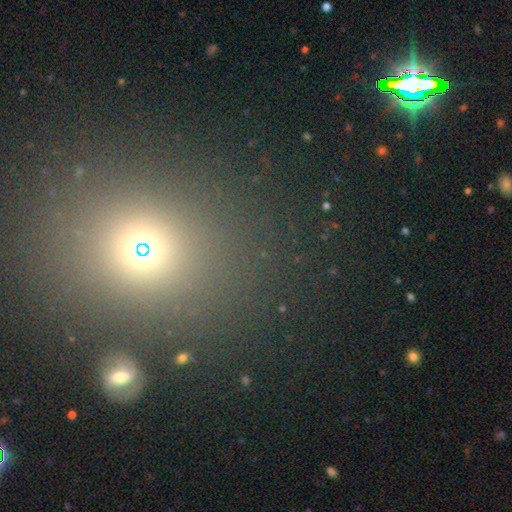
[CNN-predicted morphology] type=smooth (55%); roundness=round (69%); merging=none (82%).